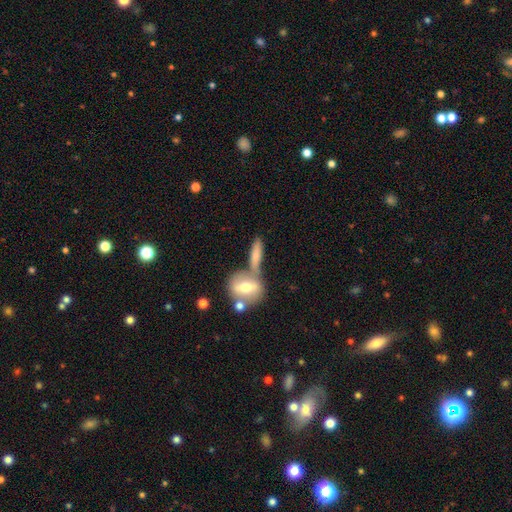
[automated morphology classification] A smooth galaxy with no disk features (66%) that is cigar-shaped (54%). Merging: none (44%).